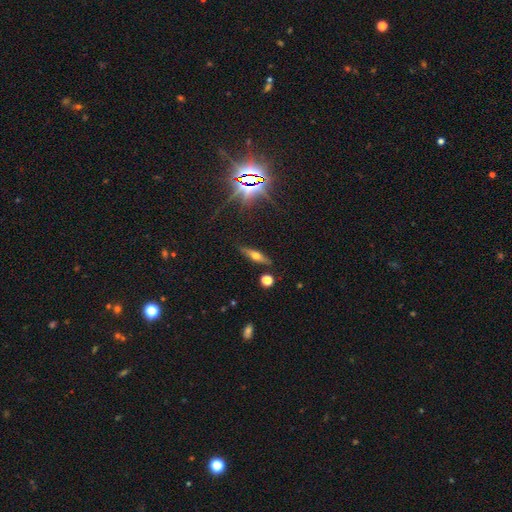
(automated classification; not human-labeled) smooth_or_featured: featured or disk (p=0.51) [alt: smooth p=0.35]
disk_edge_on: yes (p=0.90) [alt: no p=0.10]
merging: none (p=0.85) [alt: minor disturbance p=0.10]